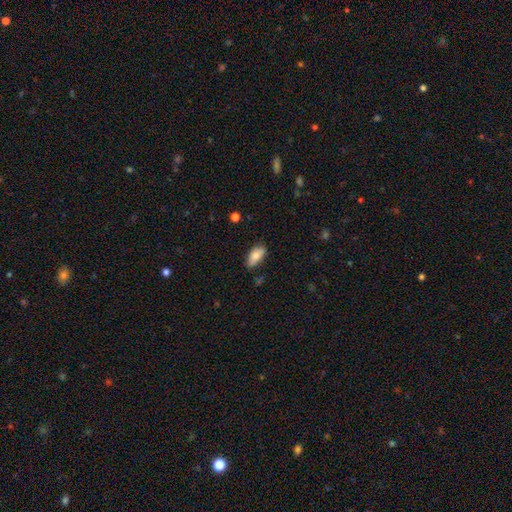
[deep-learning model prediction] Smooth or featured? smooth (79%)
How rounded? in between (90%)
Merging? none (75%)